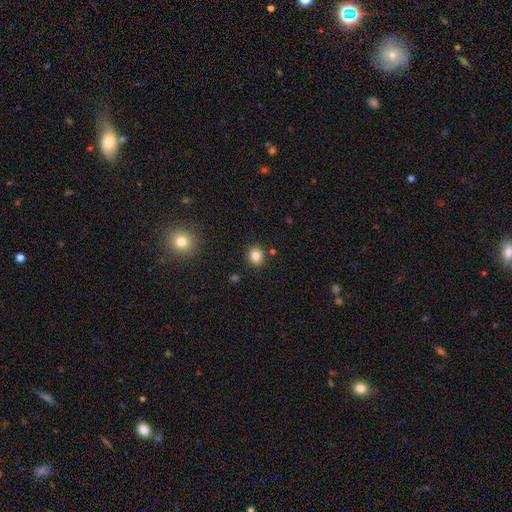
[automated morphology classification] smooth 83%, star or artifact 11%, featured or disk 6%. Down the decision tree: how rounded — round (74%); merging — none (87%).